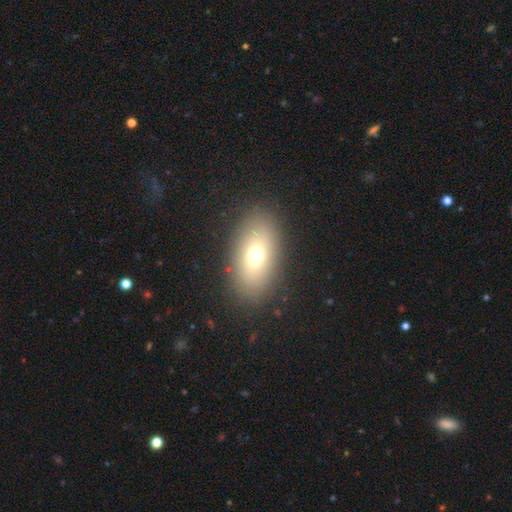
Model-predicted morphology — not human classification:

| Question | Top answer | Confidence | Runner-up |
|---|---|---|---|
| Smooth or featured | smooth | 70% | featured or disk (18%) |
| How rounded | in between | 88% | round (9%) |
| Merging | none | 87% | minor disturbance (8%) |